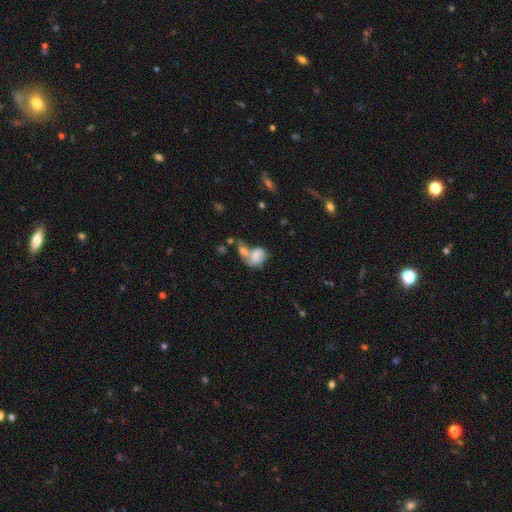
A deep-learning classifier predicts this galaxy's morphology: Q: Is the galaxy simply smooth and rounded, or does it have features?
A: smooth — 68%.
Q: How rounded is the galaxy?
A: in between — 73%.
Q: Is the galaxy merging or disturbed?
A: merger — 57%.